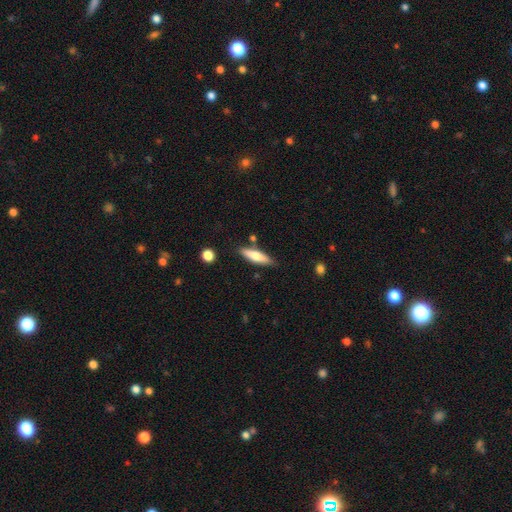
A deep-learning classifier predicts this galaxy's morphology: This is possibly a smooth galaxy (58%). How rounded: likely cigar-shaped (65%). Merging: likely none (80%).